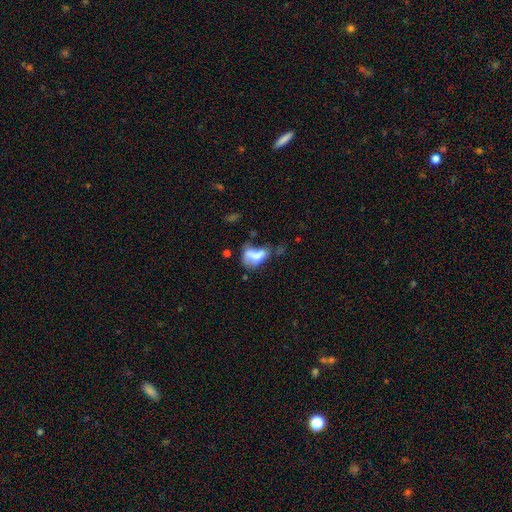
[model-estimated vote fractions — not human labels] A smooth galaxy with no disk features (63%) that is in between round and cigar-shaped (85%). Merging: major disturbance (32%).